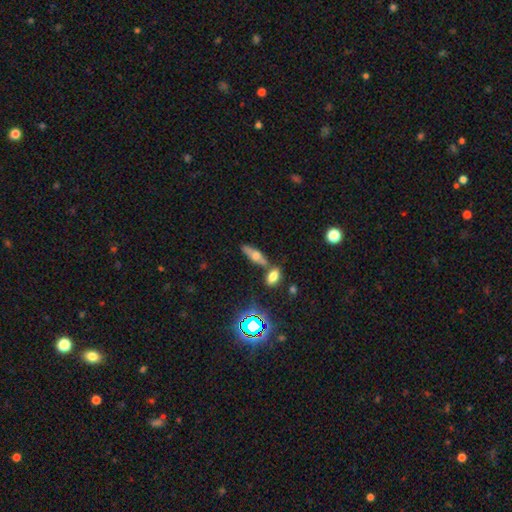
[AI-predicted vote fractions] Smooth or featured: smooth — 47% (featured or disk — 36%)
Merging: none — 64% (merger — 21%)